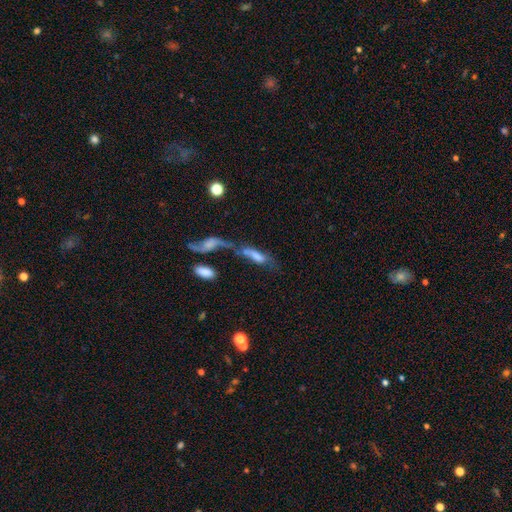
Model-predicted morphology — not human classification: This is possibly a featured or disk galaxy (48%). Merging: possibly merger (48%).